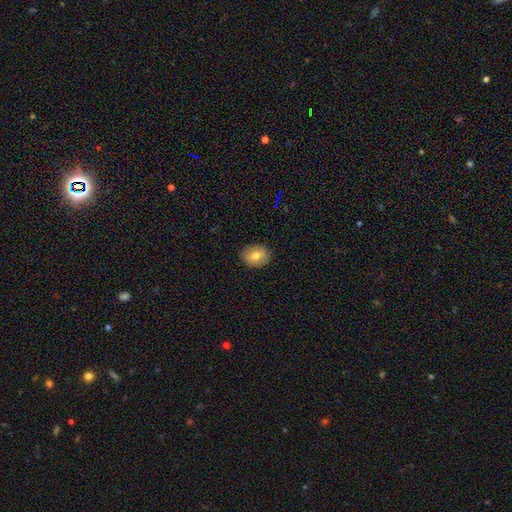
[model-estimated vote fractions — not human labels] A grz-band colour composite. It shows a smooth galaxy with no disk features (73%) that is in between round and cigar-shaped (59%). Merging: none (88%).